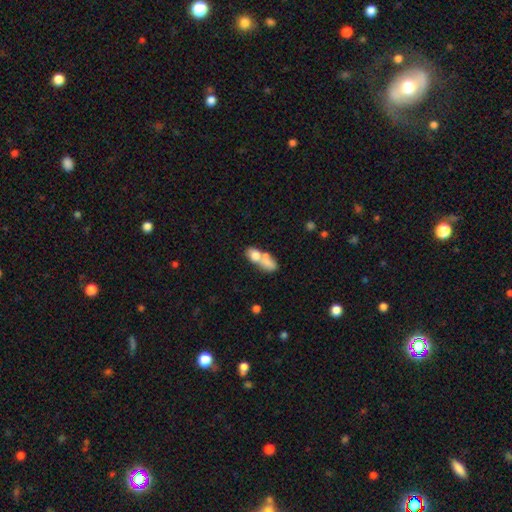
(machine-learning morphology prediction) Overall: smooth (69%). How rounded: in between (69%). Merging: merger (64%).